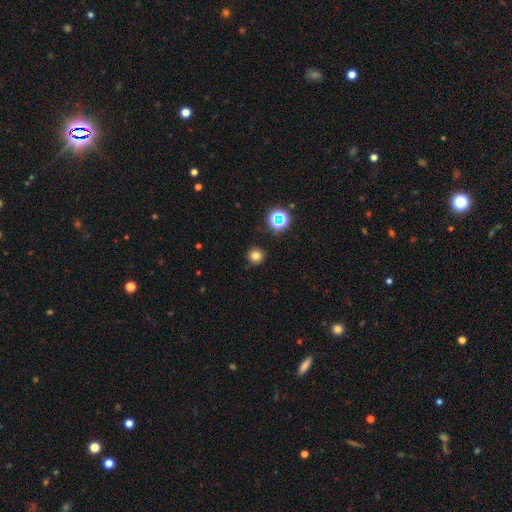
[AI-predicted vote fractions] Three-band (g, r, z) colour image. It shows a smooth galaxy with no disk features (76%) that is round (95%). Merging: none (90%).